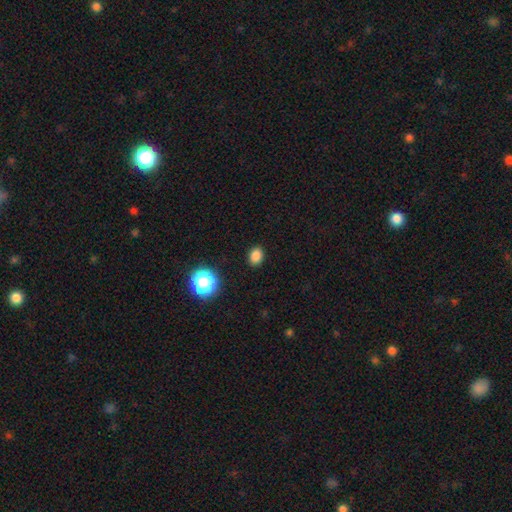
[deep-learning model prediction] A smooth galaxy with no disk features (83%) that is in between round and cigar-shaped (61%). Merging: none (89%).